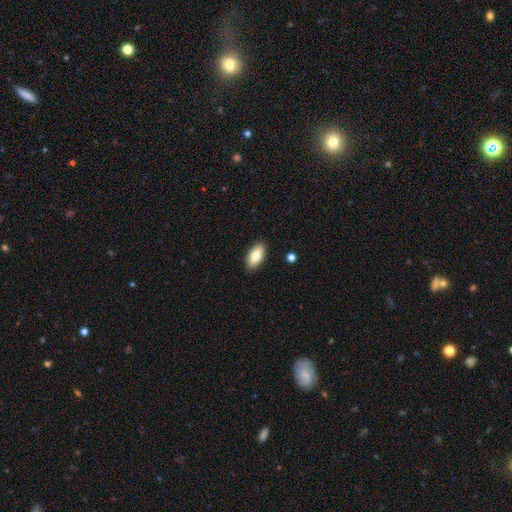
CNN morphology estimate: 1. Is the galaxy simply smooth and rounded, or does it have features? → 82% smooth, 11% featured or disk, 6% star or artifact.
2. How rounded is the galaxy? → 91% in between, 6% cigar-shaped, 3% round.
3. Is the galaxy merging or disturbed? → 89% none, 8% minor disturbance, 2% major disturbance, 1% merger.